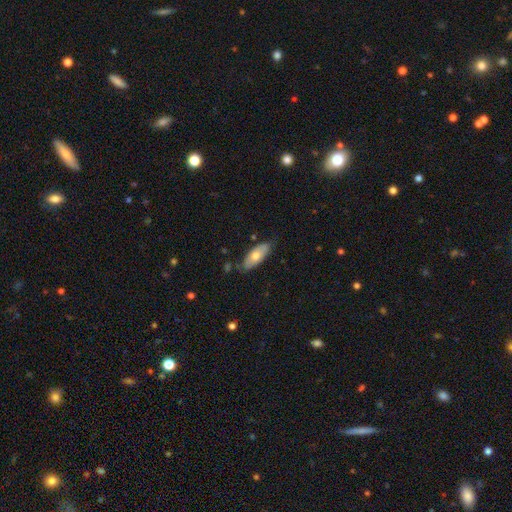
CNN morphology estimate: smooth_or_featured: smooth (p=0.63) [alt: featured or disk p=0.31]
how_rounded: in between (p=0.80) [alt: cigar-shaped p=0.18]
merging: none (p=0.75) [alt: minor disturbance p=0.19]